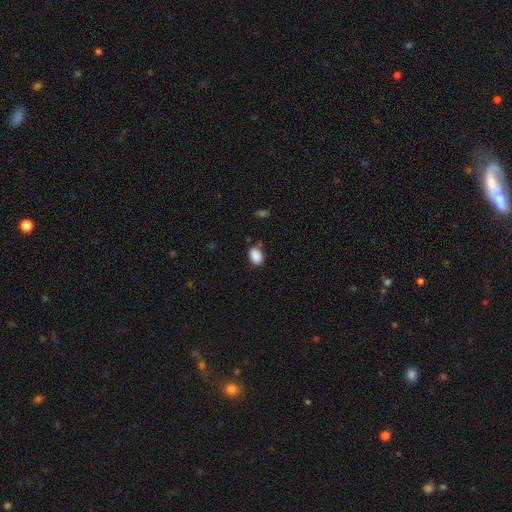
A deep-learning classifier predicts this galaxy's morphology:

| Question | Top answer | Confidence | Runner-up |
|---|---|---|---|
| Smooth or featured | smooth | 89% | star or artifact (8%) |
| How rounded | in between | 78% | round (21%) |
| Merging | none | 77% | minor disturbance (16%) |